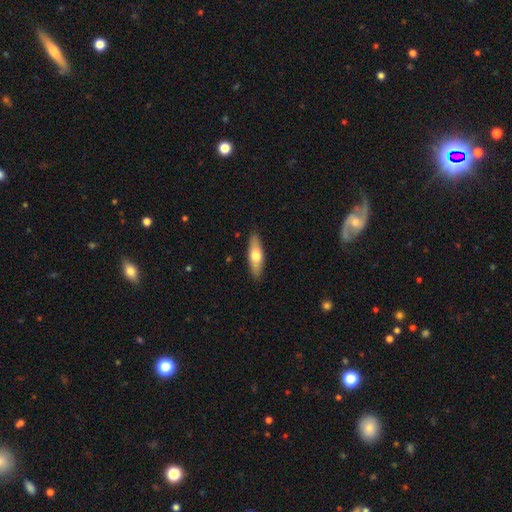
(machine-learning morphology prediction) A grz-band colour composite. It shows a smooth galaxy with no disk features (61%) that is cigar-shaped (49%, tied with in between). Merging: none (88%).